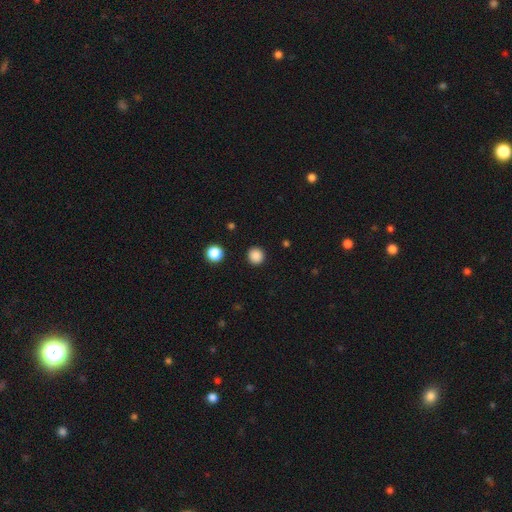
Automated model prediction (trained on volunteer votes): A smooth galaxy with no disk features (86%) that is round (94%).

Vote fractions:
- Smooth or featured? smooth: 86% / star or artifact: 12% / featured or disk: 2%
- How rounded? round: 94% / in between: 5% / cigar-shaped: 1%
- Merging? none: 92% / minor disturbance: 5% / major disturbance: 2% / merger: 1%